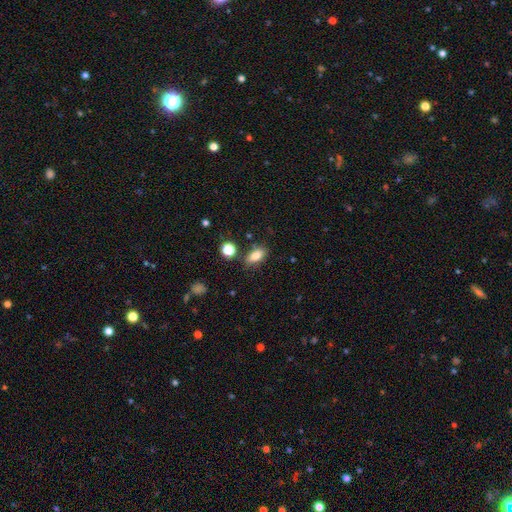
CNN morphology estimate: Smooth or featured: smooth — 79% (featured or disk — 11%)
How rounded: in between — 84% (round — 8%)
Merging: none — 78% (minor disturbance — 13%)